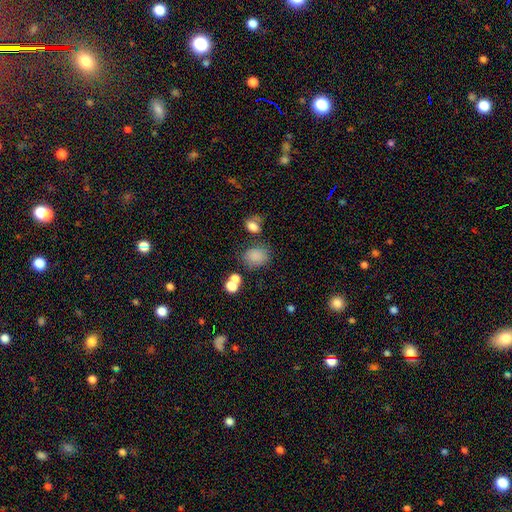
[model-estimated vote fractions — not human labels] Smooth or featured? Predicted: smooth (p=0.80). How rounded? Predicted: in between (p=0.51). Merging? Predicted: none (p=0.65).